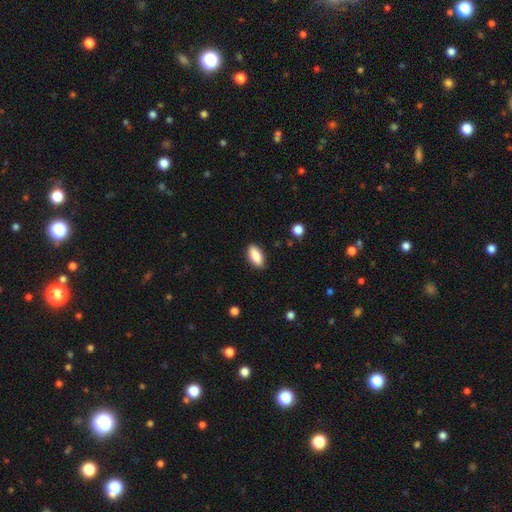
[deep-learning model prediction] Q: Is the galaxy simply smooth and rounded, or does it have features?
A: smooth — 88%.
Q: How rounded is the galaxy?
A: in between — 86%.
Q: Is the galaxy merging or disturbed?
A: none — 87%.